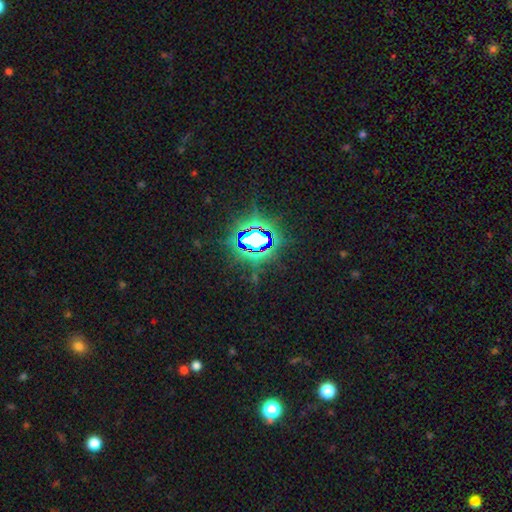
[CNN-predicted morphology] This is clearly a star or artifact rather than a galaxy (82%).